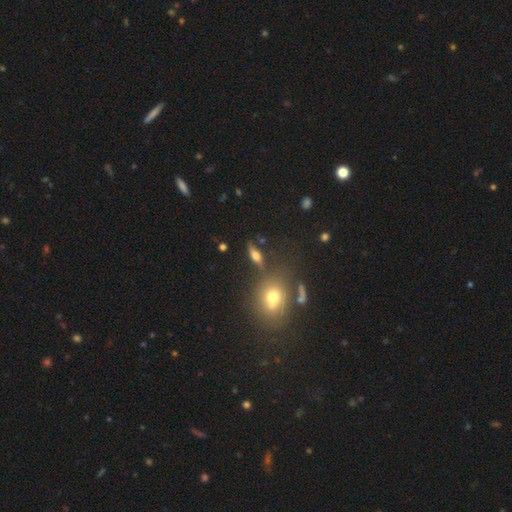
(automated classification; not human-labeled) The model was most divided on "smooth or featured": featured or disk: 47%, smooth: 41%, star or artifact: 12%. More confident: merging — none (75%).